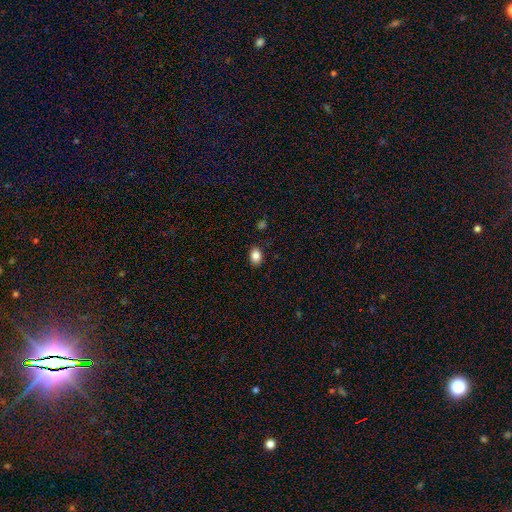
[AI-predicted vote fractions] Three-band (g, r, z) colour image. It shows a smooth galaxy with no disk features (85%) that is in between round and cigar-shaped (71%). Merging: none (88%).